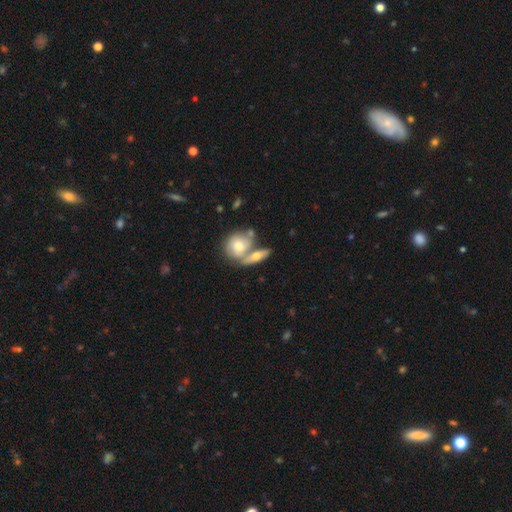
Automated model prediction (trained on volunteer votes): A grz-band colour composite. It shows a smooth galaxy with no disk features (52%) that is in between round and cigar-shaped (52%). Merging: merger (45%).